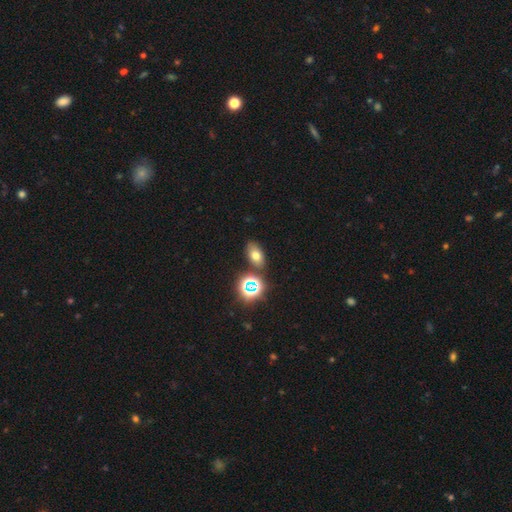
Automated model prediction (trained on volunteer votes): A smooth galaxy with no disk features (66%) that is in between round and cigar-shaped (83%).

Vote fractions:
- Smooth or featured? smooth: 66% / star or artifact: 22% / featured or disk: 13%
- How rounded? in between: 83% / round: 15% / cigar-shaped: 2%
- Merging? none: 78% / minor disturbance: 11% / merger: 8% / major disturbance: 3%